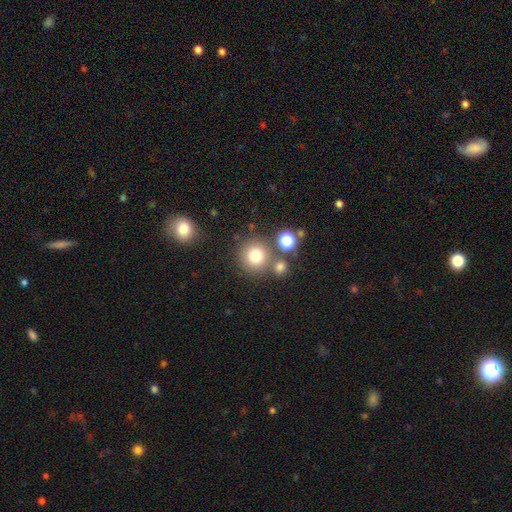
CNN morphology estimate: smooth-or-featured: smooth: 77% | star or artifact: 14% | featured or disk: 9%
  how-rounded: round: 92% | in between: 7% | cigar-shaped: 1%
  merging: none: 74% | merger: 13% | minor disturbance: 9% | major disturbance: 4%